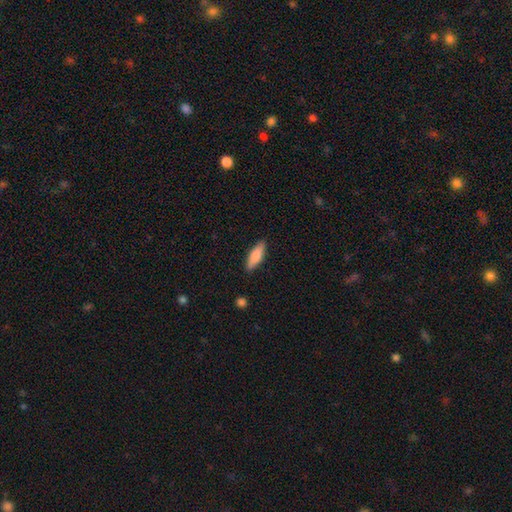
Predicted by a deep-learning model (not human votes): smooth 78%, featured or disk 16%, star or artifact 6%. Down the decision tree: how rounded — in between (50%); merging — none (87%).